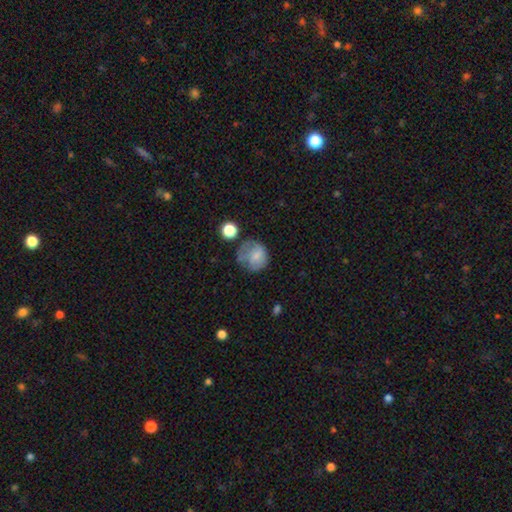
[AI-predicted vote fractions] This is likely a smooth galaxy (72%). How rounded: clearly round (82%). Merging: possibly none (47%).